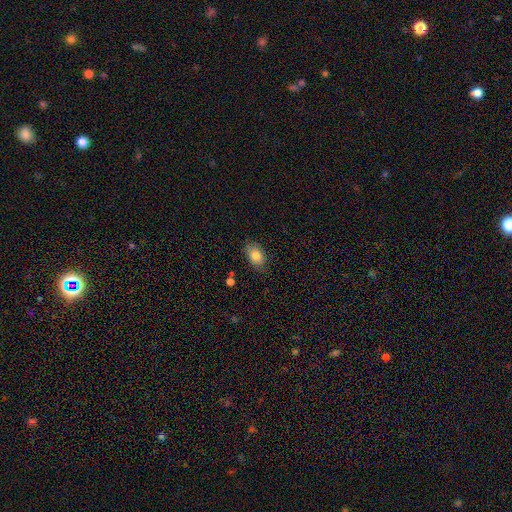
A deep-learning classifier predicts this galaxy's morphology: A smooth galaxy with no disk features (81%) that is in between round and cigar-shaped (86%).

Vote fractions:
- Smooth or featured? smooth: 81% / featured or disk: 11% / star or artifact: 8%
- How rounded? in between: 86% / round: 12% / cigar-shaped: 1%
- Merging? none: 79% / minor disturbance: 17% / major disturbance: 3% / merger: 1%